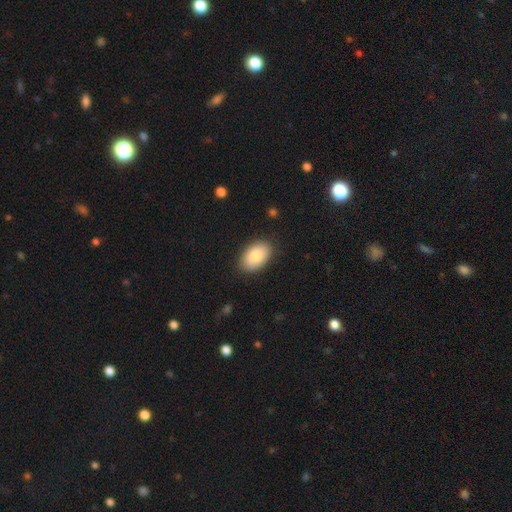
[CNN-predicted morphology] smooth 83%, featured or disk 11%, star or artifact 6%. Down the decision tree: how rounded — in between (91%); merging — none (85%).